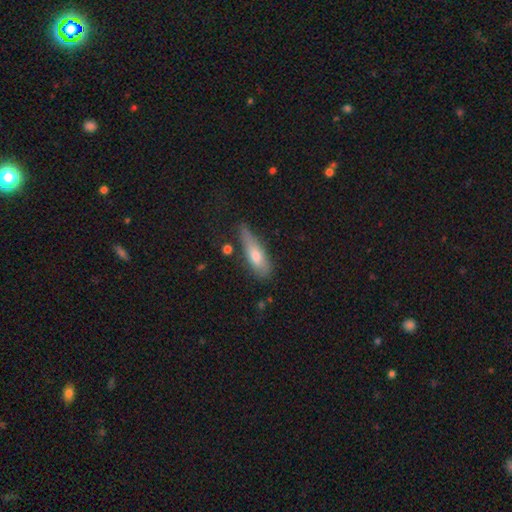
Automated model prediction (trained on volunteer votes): Smooth or featured? smooth (67%)
How rounded? cigar-shaped (55%)
Merging? none (52%)